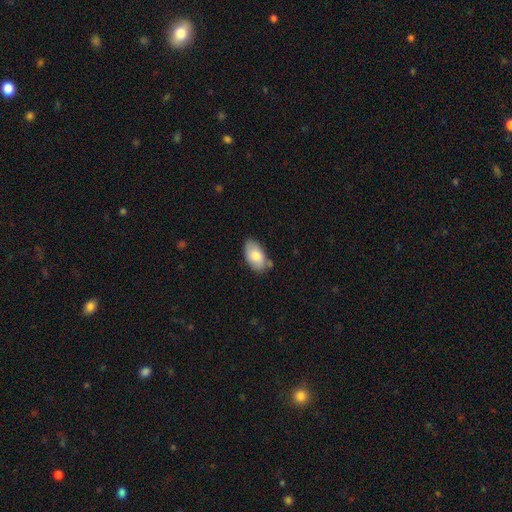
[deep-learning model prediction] The model was most divided on "merging": none: 70%, minor disturbance: 21%, merger: 5%, major disturbance: 4%. More confident: how rounded — in between (94%); smooth or featured — smooth (80%).